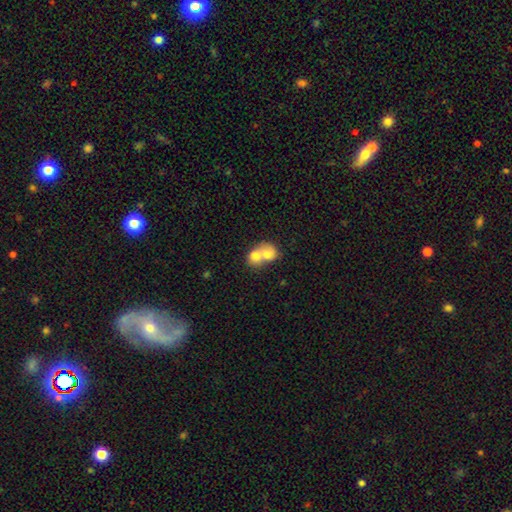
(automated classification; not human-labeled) A smooth galaxy with no disk features (70%) that is round (60%).

Vote fractions:
- Smooth or featured? smooth: 70% / featured or disk: 22% / star or artifact: 7%
- How rounded? round: 60% / in between: 39% / cigar-shaped: 1%
- Merging? merger: 78% / none: 16% / minor disturbance: 4% / major disturbance: 2%